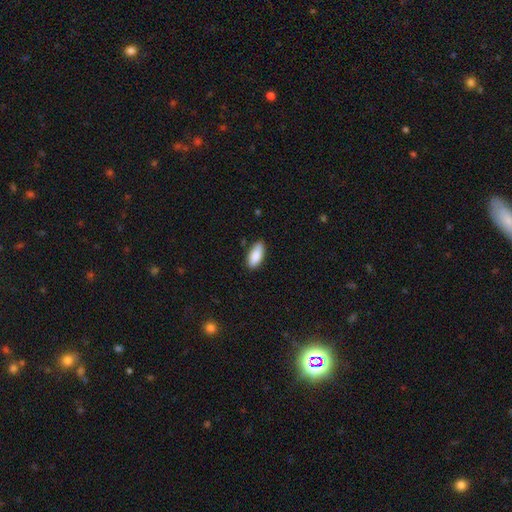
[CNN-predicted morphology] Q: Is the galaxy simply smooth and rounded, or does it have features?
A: smooth — 88%.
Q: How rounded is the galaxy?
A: in between — 85%.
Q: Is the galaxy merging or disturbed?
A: none — 82%.